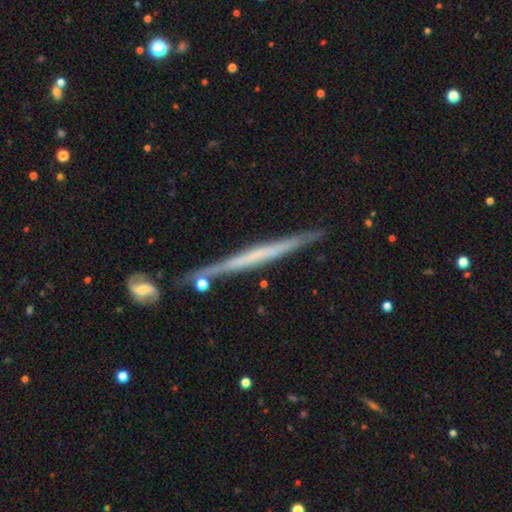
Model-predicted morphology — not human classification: type=featured or disk (62%); edge-on=yes (97%); edge-on bulge=none (89%); merging=none (86%).